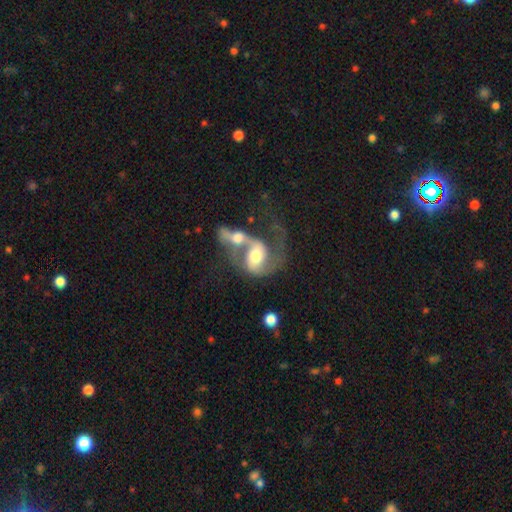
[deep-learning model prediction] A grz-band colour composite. It shows a featured or disk galaxy (74%) with no bar (47%), 2 (70%) loose (47%) spiral arms (87%) and a moderate central bulge (59%). Merging: merger (75%).